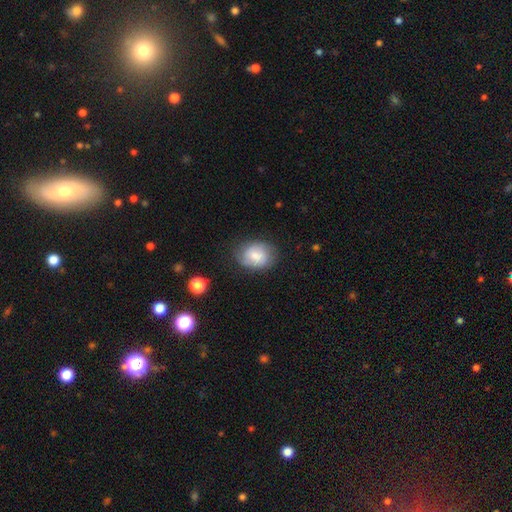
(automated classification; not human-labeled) Smooth or featured?
  - smooth: 66% *
  - featured or disk: 26%
  - star or artifact: 8%
How rounded?
  - in between: 59% *
  - round: 40%
  - cigar-shaped: 1%
Merging?
  - none: 71% *
  - minor disturbance: 21%
  - major disturbance: 6%
  - merger: 1%